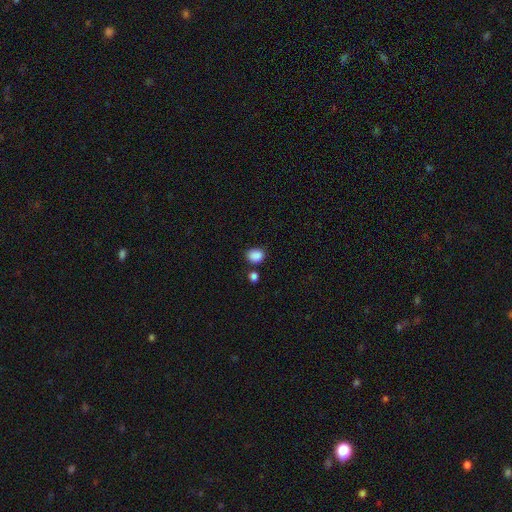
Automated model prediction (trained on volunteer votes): Smooth or featured: smooth — 87% (star or artifact — 10%)
How rounded: round — 55% (in between — 44%)
Merging: none — 76% (minor disturbance — 12%)